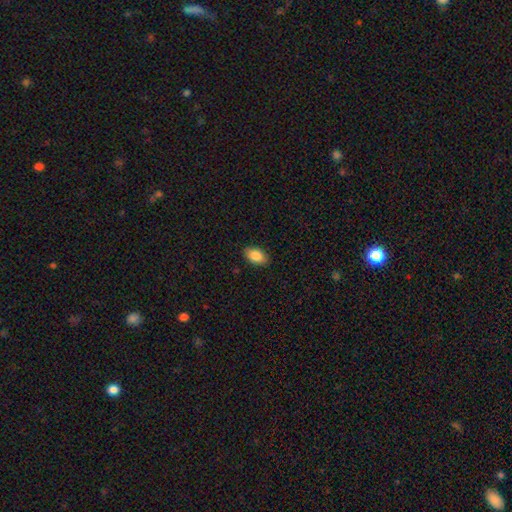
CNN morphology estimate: Smooth or featured? Predicted: smooth (p=0.87). How rounded? Predicted: in between (p=0.93). Merging? Predicted: none (p=0.89).